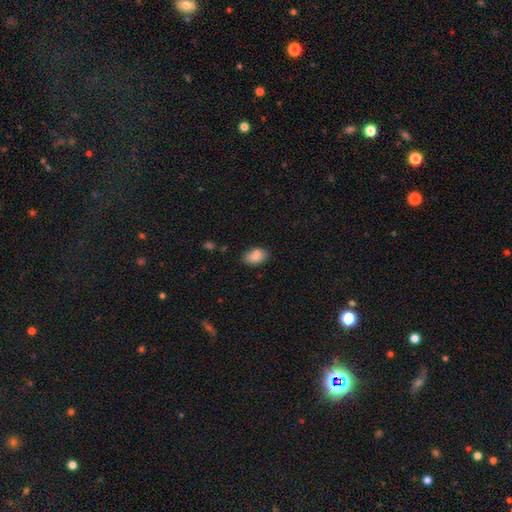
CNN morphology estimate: Smooth or featured? Predicted: smooth (p=0.85). How rounded? Predicted: in between (p=0.89). Merging? Predicted: none (p=0.72).